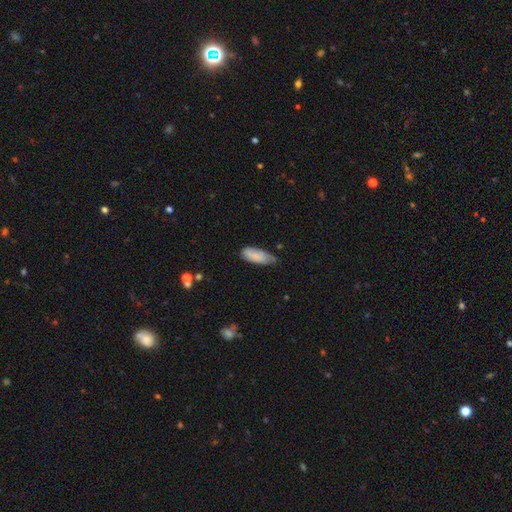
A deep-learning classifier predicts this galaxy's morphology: smooth-or-featured: smooth: 80% | featured or disk: 14% | star or artifact: 6%
  how-rounded: in between: 78% | cigar-shaped: 21% | round: 2%
  merging: none: 48% | minor disturbance: 42% | major disturbance: 8% | merger: 2%